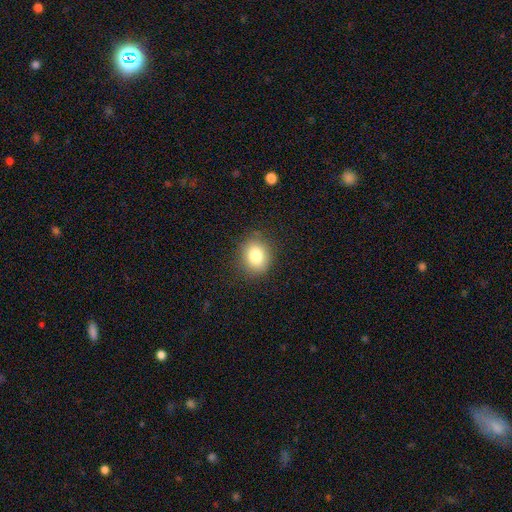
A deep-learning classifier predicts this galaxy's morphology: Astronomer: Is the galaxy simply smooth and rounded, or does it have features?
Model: smooth — 83%.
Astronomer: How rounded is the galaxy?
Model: round — 57% (runner-up: in between, 42%).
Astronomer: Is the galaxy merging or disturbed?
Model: none — 85%.